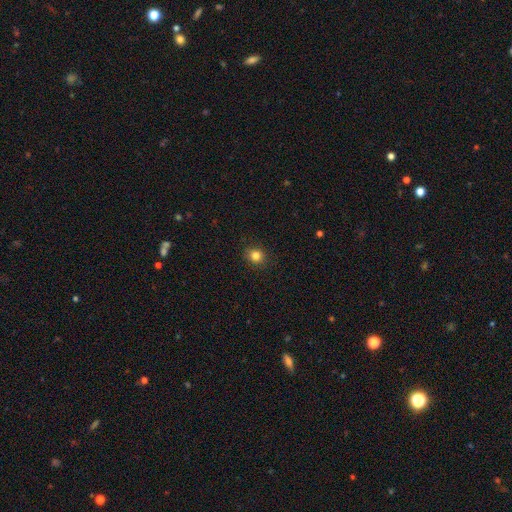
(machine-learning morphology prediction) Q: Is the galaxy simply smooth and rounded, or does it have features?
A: smooth — 83%.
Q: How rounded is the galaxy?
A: round — 82%.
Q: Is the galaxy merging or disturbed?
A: none — 91%.